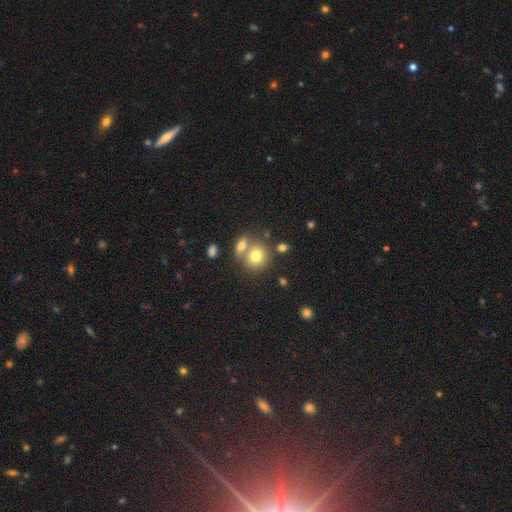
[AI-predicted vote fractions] Morphology: type=smooth (76%); roundness=round (78%); merging=none (49%).